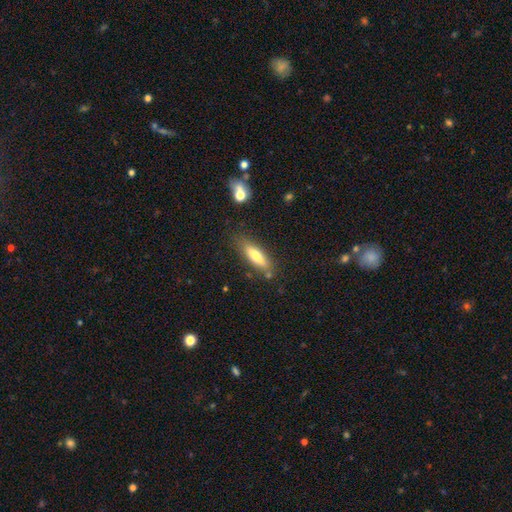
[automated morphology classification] A smooth galaxy with no disk features (70%) that is cigar-shaped (56%). Merging: none (76%).